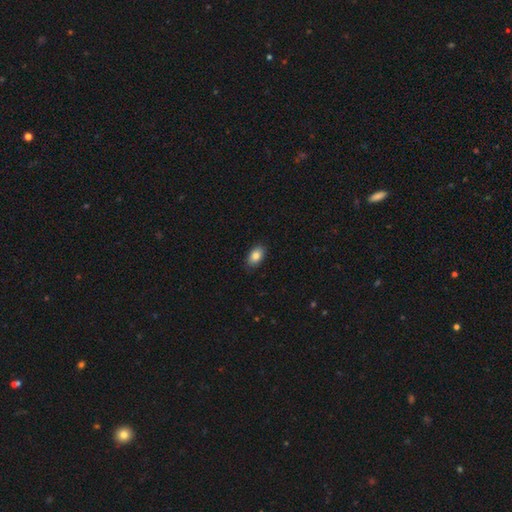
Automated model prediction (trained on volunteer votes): Q: Smooth or featured?
A: smooth (85%); runner-up: star or artifact (8%)
Q: How rounded?
A: in between (91%); runner-up: round (8%)
Q: Merging?
A: none (88%); runner-up: minor disturbance (10%)